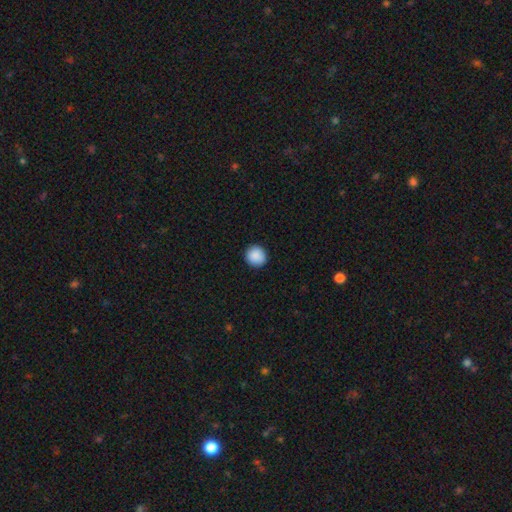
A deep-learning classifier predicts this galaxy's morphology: smooth 90%, star or artifact 8%, featured or disk 2%. Down the decision tree: how rounded — round (94%); merging — none (93%).